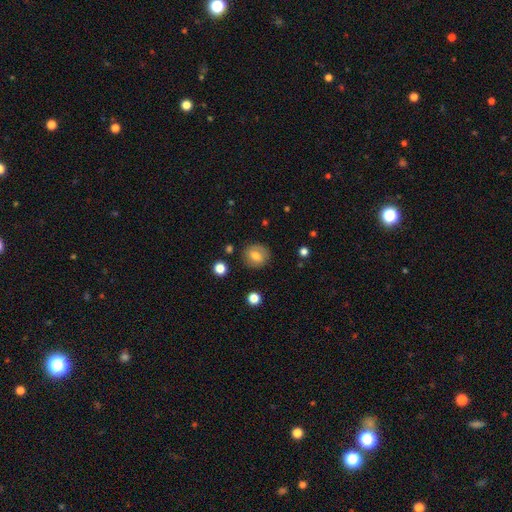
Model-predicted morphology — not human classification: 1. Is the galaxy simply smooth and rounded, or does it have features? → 71% smooth, 19% featured or disk, 9% star or artifact.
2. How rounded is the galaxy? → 85% round, 14% in between, 1% cigar-shaped.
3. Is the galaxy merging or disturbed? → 85% none, 10% minor disturbance, 3% major disturbance, 2% merger.